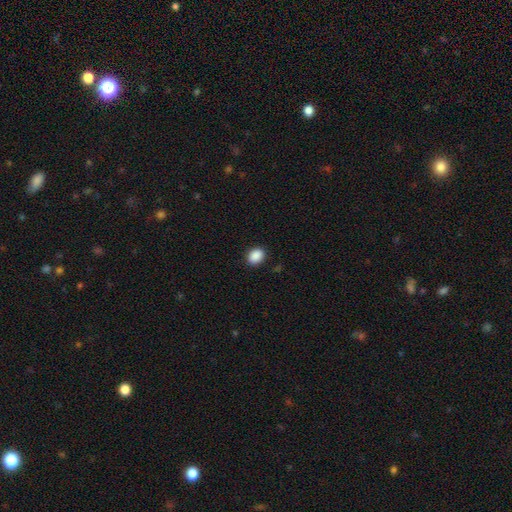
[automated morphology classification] Q: Smooth or featured?
A: smooth (90%); runner-up: star or artifact (8%)
Q: How rounded?
A: in between (63%); runner-up: round (36%)
Q: Merging?
A: none (90%); runner-up: minor disturbance (8%)